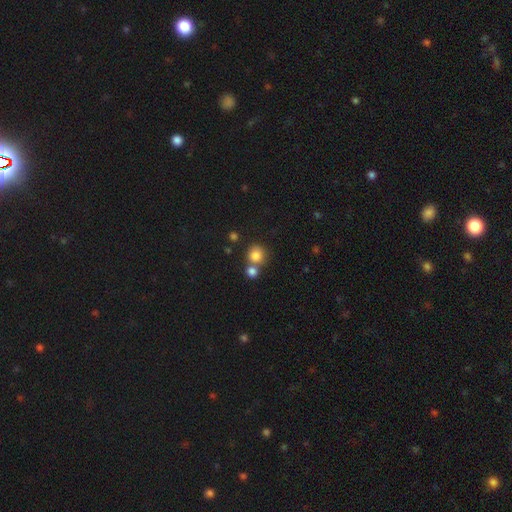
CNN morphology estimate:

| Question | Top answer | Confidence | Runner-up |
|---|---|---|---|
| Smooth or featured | smooth | 82% | star or artifact (11%) |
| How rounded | round | 88% | in between (11%) |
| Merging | none | 55% | merger (33%) |